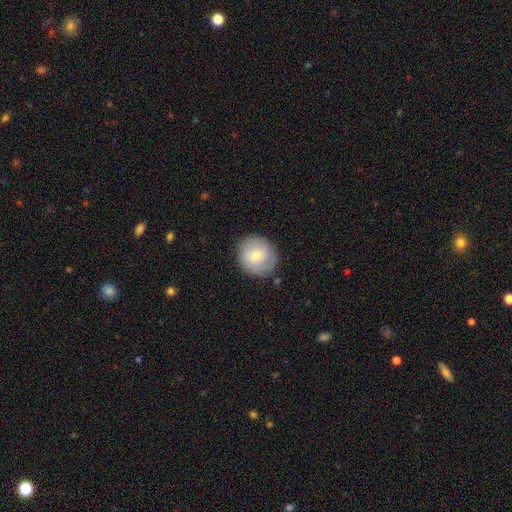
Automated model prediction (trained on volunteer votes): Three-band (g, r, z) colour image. It shows a smooth galaxy with no disk features (58%) that is round (86%). Merging: none (81%).